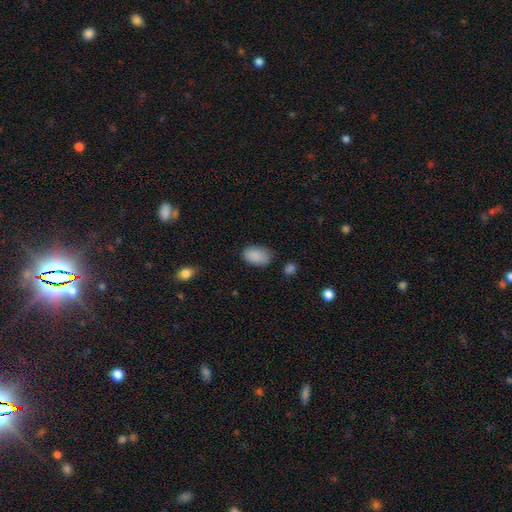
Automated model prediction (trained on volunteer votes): A smooth galaxy with no disk features (89%) that is in between round and cigar-shaped (91%).

Vote fractions:
- Smooth or featured? smooth: 89% / star or artifact: 7% / featured or disk: 4%
- How rounded? in between: 91% / round: 8% / cigar-shaped: 1%
- Merging? none: 77% / minor disturbance: 17% / major disturbance: 4% / merger: 2%